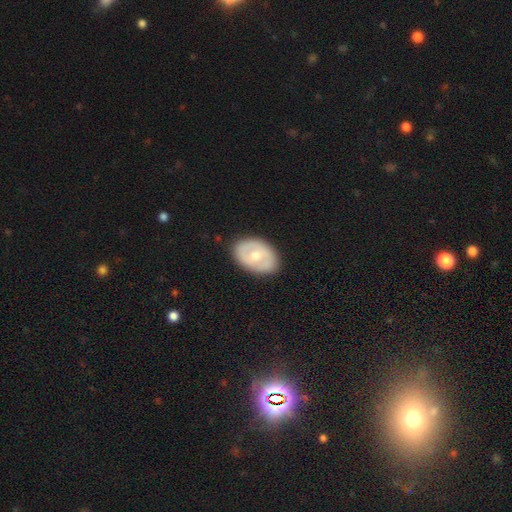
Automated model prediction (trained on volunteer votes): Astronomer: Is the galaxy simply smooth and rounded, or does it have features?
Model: featured or disk — 48% (runner-up: smooth, 46%).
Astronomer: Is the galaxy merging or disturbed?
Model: none — 85%.